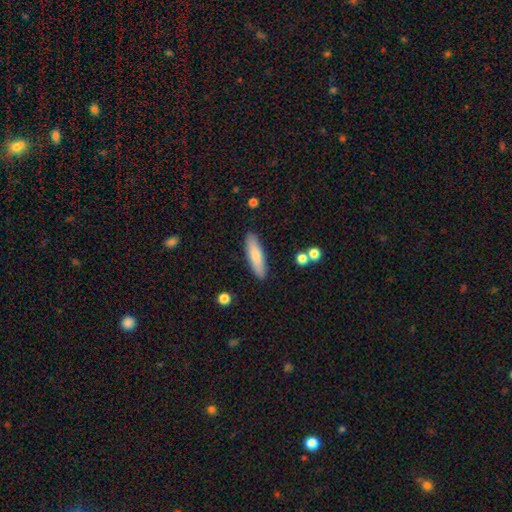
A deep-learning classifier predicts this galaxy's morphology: Smooth or featured?
  - smooth: 79% *
  - featured or disk: 16%
  - star or artifact: 5%
How rounded?
  - cigar-shaped: 69% *
  - in between: 29%
  - round: 1%
Merging?
  - none: 88% *
  - minor disturbance: 8%
  - major disturbance: 2%
  - merger: 2%